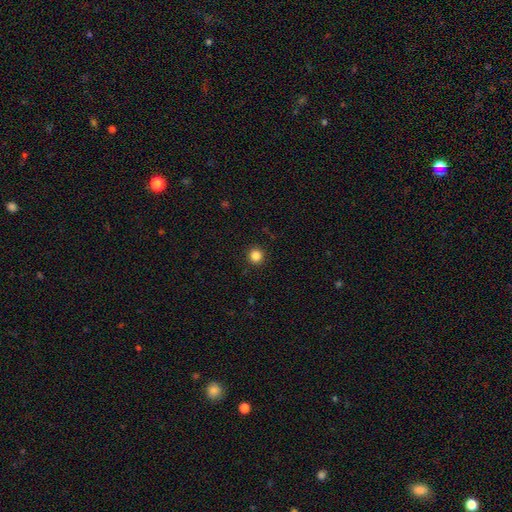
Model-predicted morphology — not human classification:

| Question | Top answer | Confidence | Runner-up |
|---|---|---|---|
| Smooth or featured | smooth | 84% | star or artifact (12%) |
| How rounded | round | 95% | in between (5%) |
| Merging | none | 93% | minor disturbance (5%) |